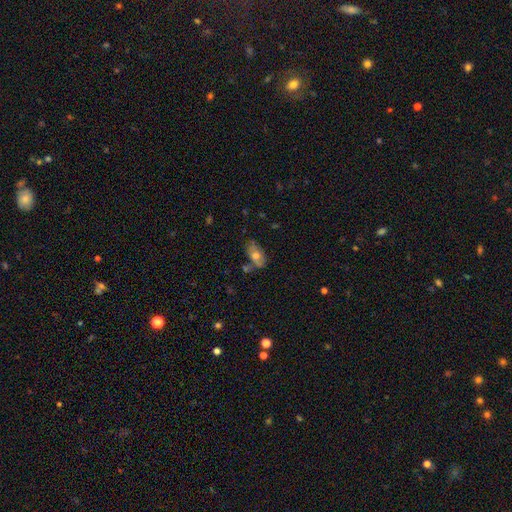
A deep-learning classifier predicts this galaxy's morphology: The model was most divided on "merging": none: 51%, minor disturbance: 24%, merger: 16%, major disturbance: 9%. More confident: how rounded — in between (88%); smooth or featured — smooth (59%).